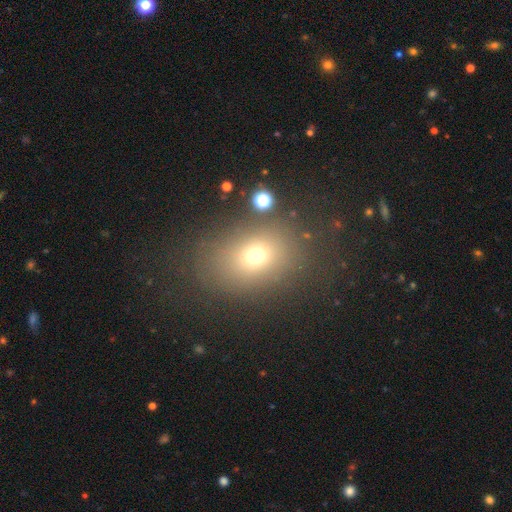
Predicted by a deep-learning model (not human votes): The model was most divided on "how rounded": in between: 56%, round: 43%, cigar-shaped: 1%. More confident: merging — none (76%); smooth or featured — smooth (68%).